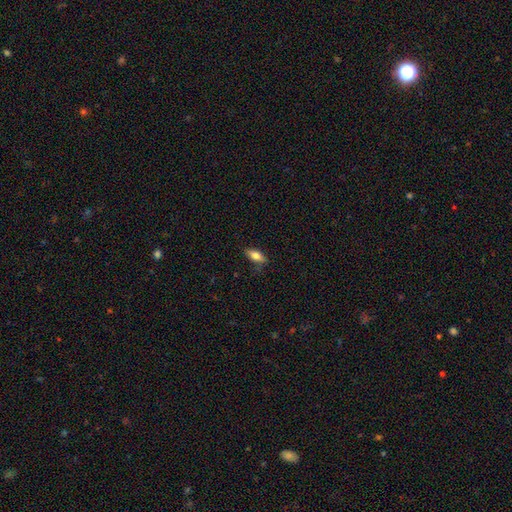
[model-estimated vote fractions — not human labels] The model was most divided on "smooth or featured": smooth: 71%, featured or disk: 22%, star or artifact: 7%. More confident: merging — none (77%); how rounded — in between (74%).